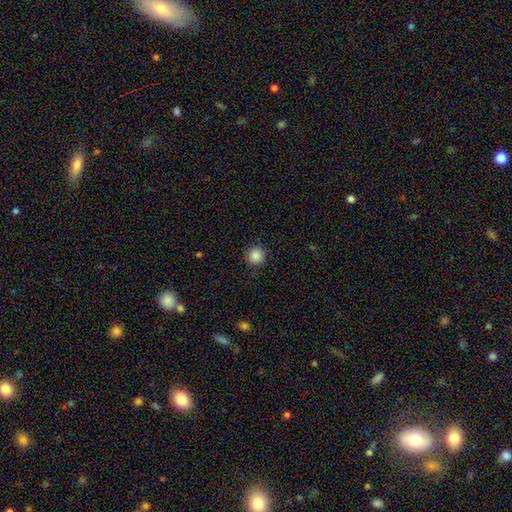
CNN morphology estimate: Smooth or featured: smooth — 87% (star or artifact — 10%)
How rounded: round — 94% (in between — 5%)
Merging: none — 90% (minor disturbance — 7%)